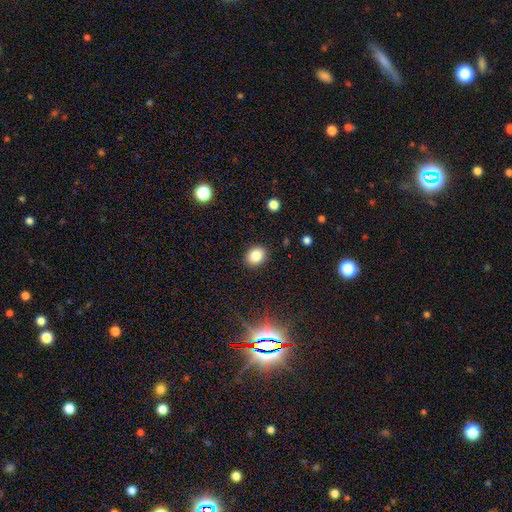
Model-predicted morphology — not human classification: This is clearly a smooth galaxy (83%). How rounded: possibly round (53%). Merging: clearly none (89%).